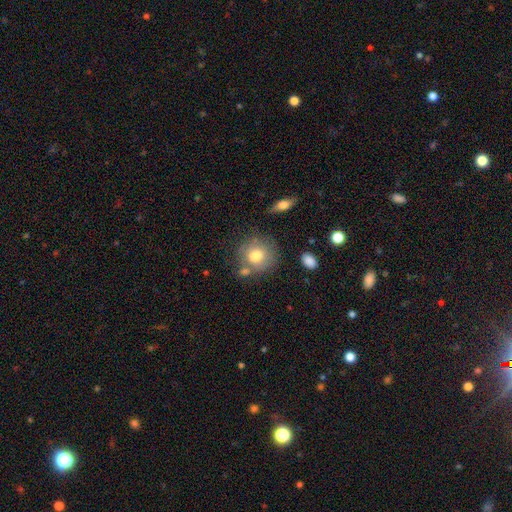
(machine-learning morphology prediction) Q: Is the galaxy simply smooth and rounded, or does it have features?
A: smooth — 74%.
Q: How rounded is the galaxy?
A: round — 78%.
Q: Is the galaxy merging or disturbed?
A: none — 61%.